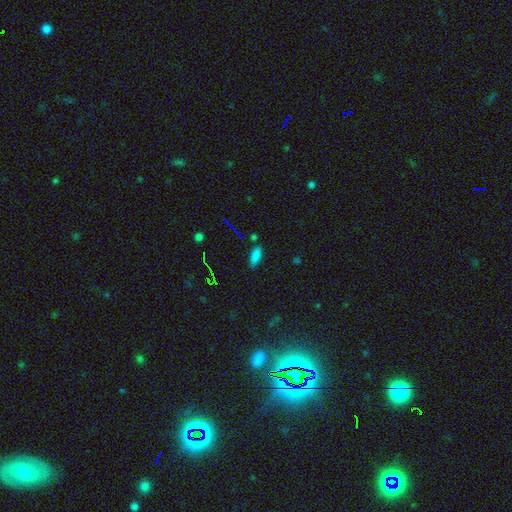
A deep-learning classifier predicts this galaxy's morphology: Overall: smooth (77%). How rounded: in between (76%). Merging: none (78%).